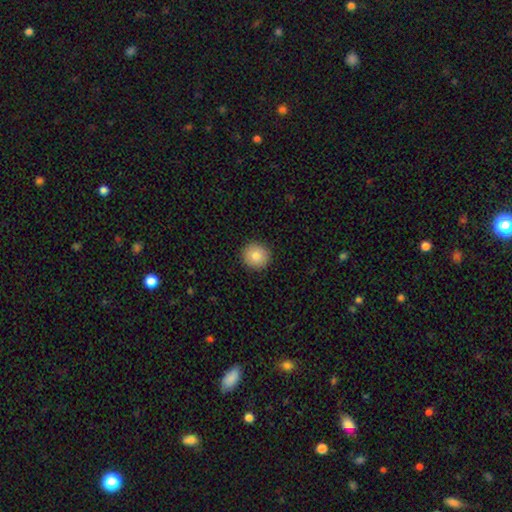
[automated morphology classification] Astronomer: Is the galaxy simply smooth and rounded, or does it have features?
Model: smooth — 83%.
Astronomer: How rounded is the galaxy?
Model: round — 93%.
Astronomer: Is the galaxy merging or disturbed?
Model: none — 92%.